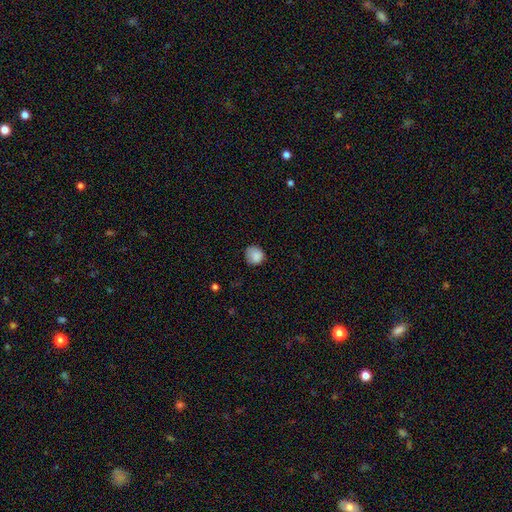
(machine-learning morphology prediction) A smooth galaxy with no disk features (86%) that is round (88%).

Vote fractions:
- Smooth or featured? smooth: 86% / star or artifact: 9% / featured or disk: 5%
- How rounded? round: 88% / in between: 11% / cigar-shaped: 1%
- Merging? none: 73% / minor disturbance: 21% / major disturbance: 4% / merger: 1%